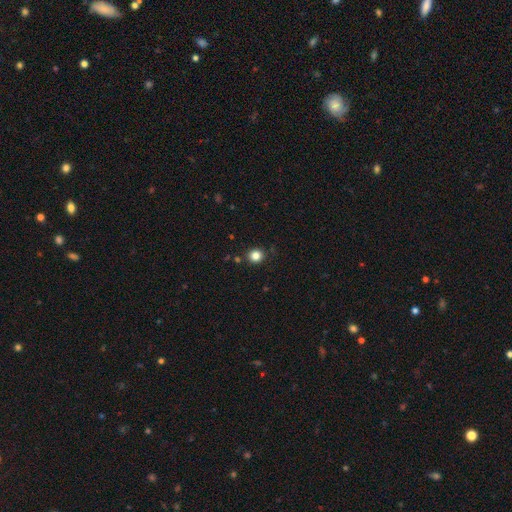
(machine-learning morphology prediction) Q: Smooth or featured?
A: smooth (83%); runner-up: star or artifact (12%)
Q: How rounded?
A: round (89%); runner-up: in between (10%)
Q: Merging?
A: none (89%); runner-up: minor disturbance (7%)